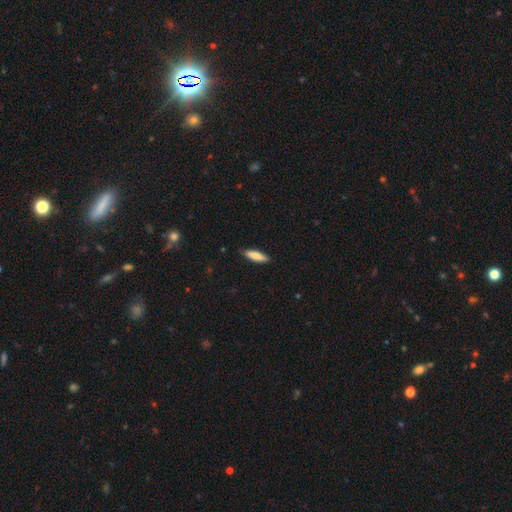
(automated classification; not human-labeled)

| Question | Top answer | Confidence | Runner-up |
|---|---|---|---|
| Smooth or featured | smooth | 80% | featured or disk (14%) |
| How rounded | cigar-shaped | 62% | in between (36%) |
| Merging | none | 87% | minor disturbance (10%) |